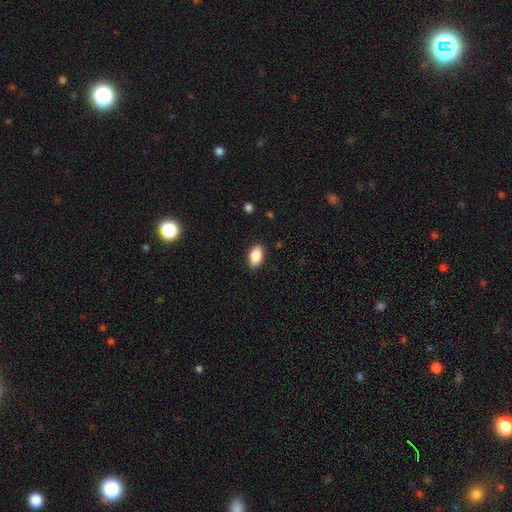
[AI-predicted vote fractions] Smooth or featured: smooth — 88% (star or artifact — 7%)
How rounded: in between — 92% (round — 6%)
Merging: none — 88% (minor disturbance — 9%)